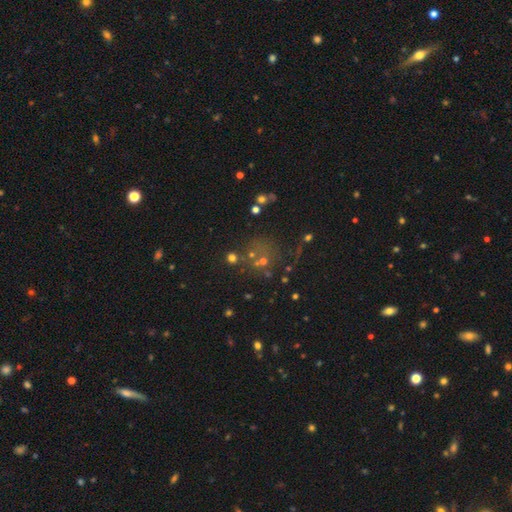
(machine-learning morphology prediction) A star or artifact, not a galaxy (46%).

Vote fractions:
- Smooth or featured? star or artifact: 46% / smooth: 39% / featured or disk: 15%